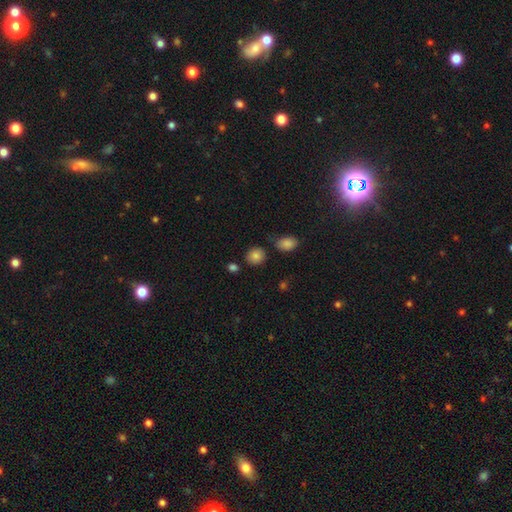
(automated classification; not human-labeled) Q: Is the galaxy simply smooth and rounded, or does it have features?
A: smooth — 85%.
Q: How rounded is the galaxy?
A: round — 77%.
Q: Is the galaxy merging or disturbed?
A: none — 79%.